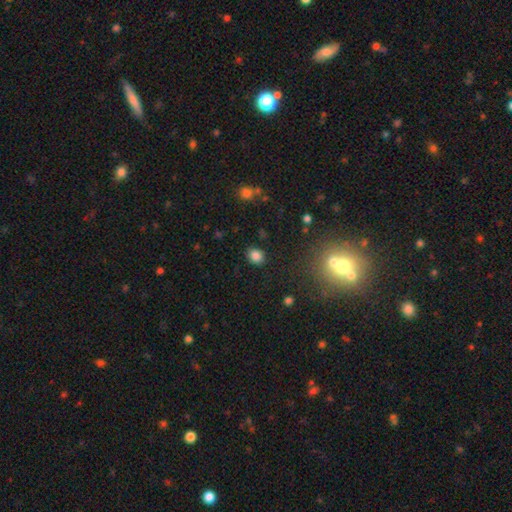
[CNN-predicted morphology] Smooth or featured? smooth (83%)
How rounded? in between (52%)
Merging? none (87%)